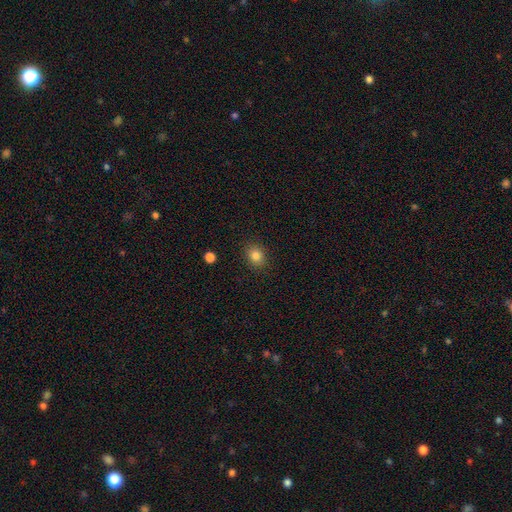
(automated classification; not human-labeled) Smooth or featured: smooth — 82% (star or artifact — 11%)
How rounded: round — 57% (in between — 42%)
Merging: none — 89% (minor disturbance — 8%)